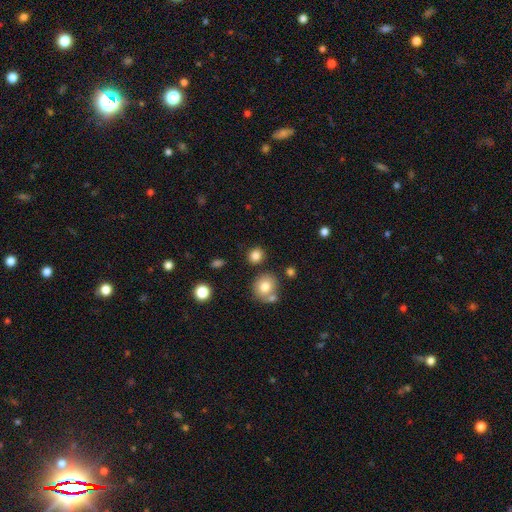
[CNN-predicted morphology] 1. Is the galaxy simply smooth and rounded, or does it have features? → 82% smooth, 11% star or artifact, 6% featured or disk.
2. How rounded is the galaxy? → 84% round, 15% in between, 1% cigar-shaped.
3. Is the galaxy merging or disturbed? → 81% none, 9% minor disturbance, 8% merger, 3% major disturbance.